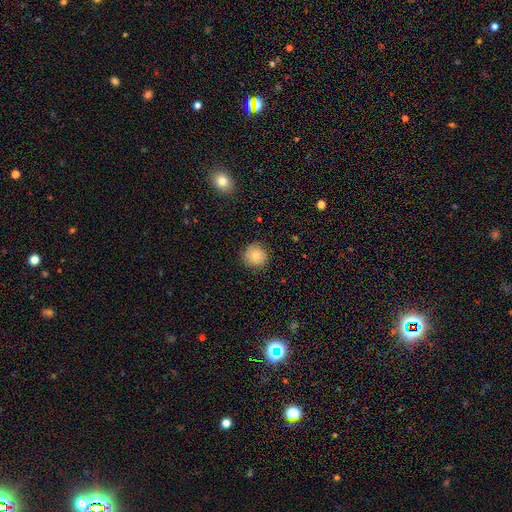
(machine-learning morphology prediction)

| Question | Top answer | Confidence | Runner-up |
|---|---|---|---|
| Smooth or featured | smooth | 78% | featured or disk (12%) |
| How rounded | round | 92% | in between (7%) |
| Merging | none | 84% | minor disturbance (12%) |